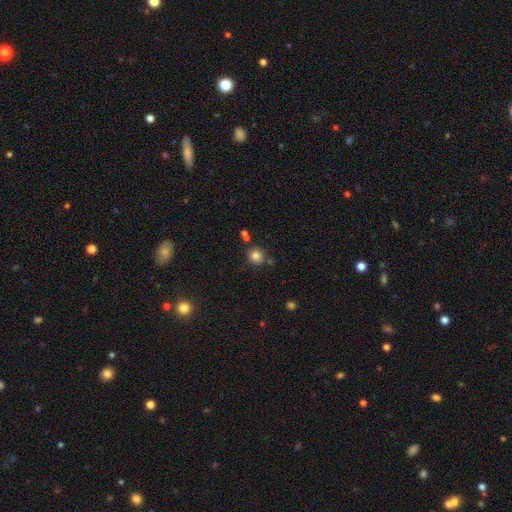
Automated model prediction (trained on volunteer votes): Smooth or featured? Predicted: smooth (p=0.82). How rounded? Predicted: round (p=0.91). Merging? Predicted: none (p=0.78).